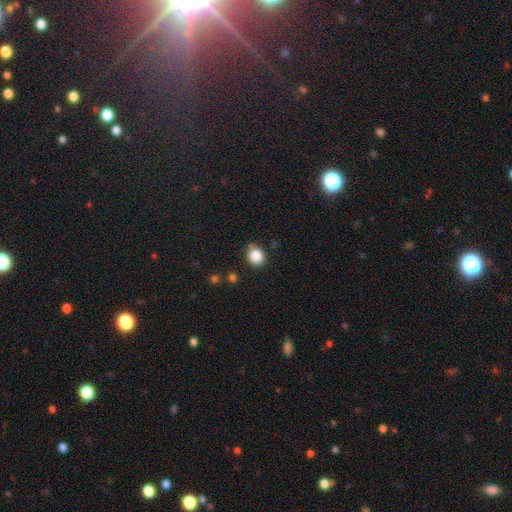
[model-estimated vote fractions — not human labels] This appears to be a smooth galaxy with no disk features (87%) that is round (77%). Merging: none (82%).